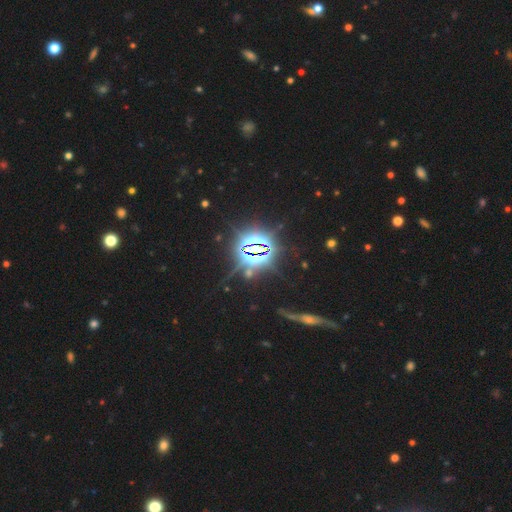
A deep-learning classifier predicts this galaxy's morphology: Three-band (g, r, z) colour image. It shows a star or artifact, not a galaxy (76%).